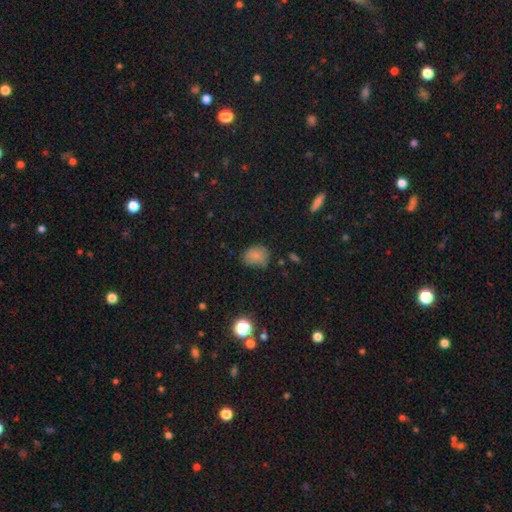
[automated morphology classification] Smooth or featured? smooth (80%)
How rounded? in between (58%)
Merging? none (64%)